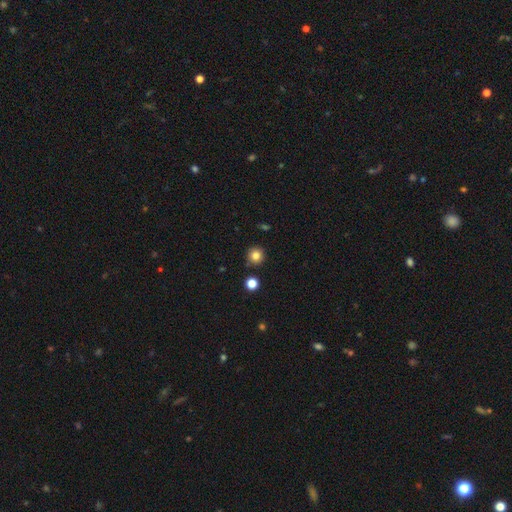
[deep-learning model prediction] A smooth galaxy with no disk features (82%) that is round (94%).

Vote fractions:
- Smooth or featured? smooth: 82% / star or artifact: 12% / featured or disk: 6%
- How rounded? round: 94% / in between: 5% / cigar-shaped: 1%
- Merging? none: 88% / minor disturbance: 7% / merger: 4% / major disturbance: 2%